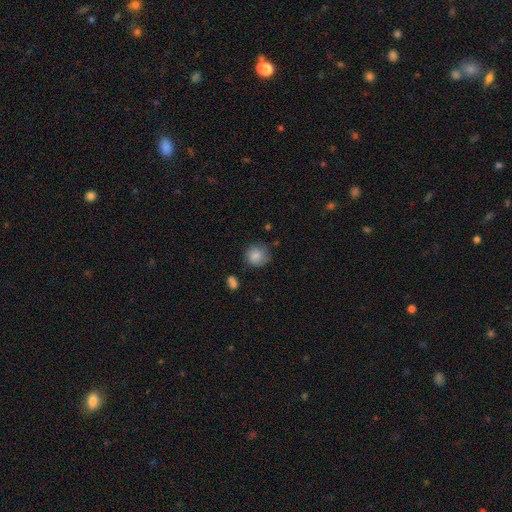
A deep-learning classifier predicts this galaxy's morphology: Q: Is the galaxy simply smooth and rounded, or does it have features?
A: smooth — 79%.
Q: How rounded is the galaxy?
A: round — 84%.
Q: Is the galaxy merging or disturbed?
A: none — 69%.